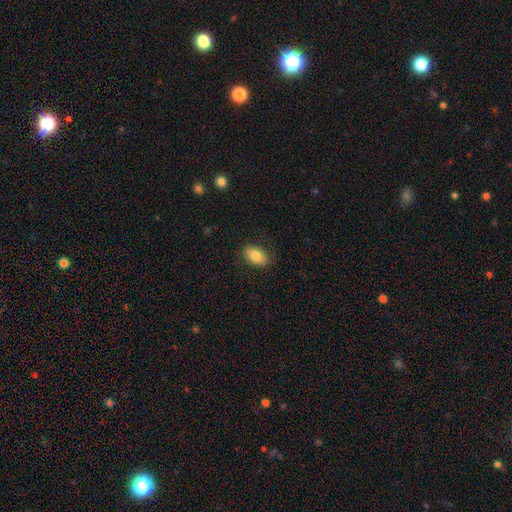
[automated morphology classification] A smooth galaxy with no disk features (84%) that is in between round and cigar-shaped (88%). Merging: none (86%).